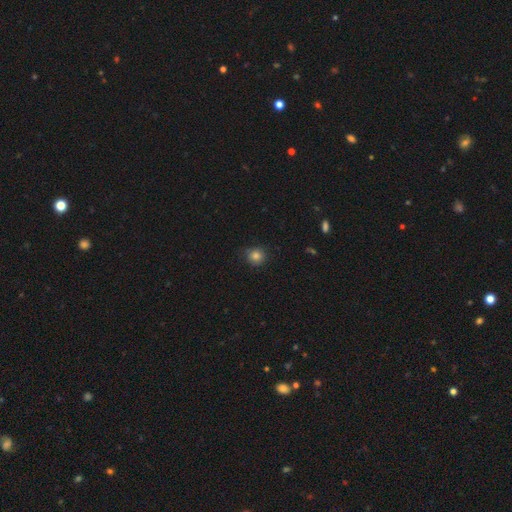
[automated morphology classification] A smooth galaxy with no disk features (82%) that is round (90%). Merging: none (84%).